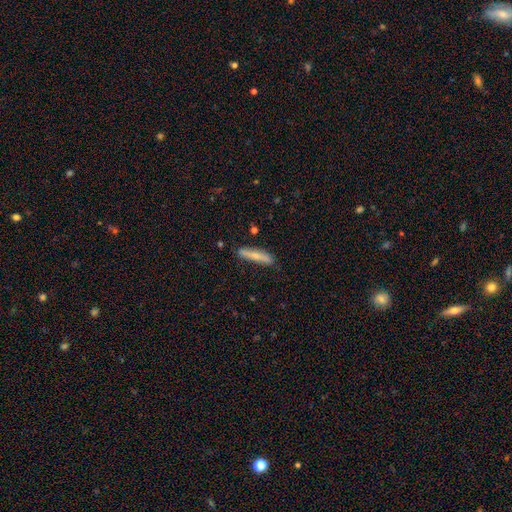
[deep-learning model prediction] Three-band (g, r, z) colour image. It shows a smooth galaxy with no disk features (60%) that is cigar-shaped (86%). Merging: none (83%).